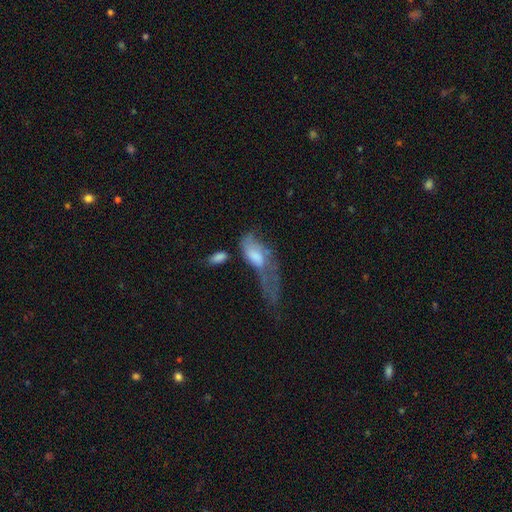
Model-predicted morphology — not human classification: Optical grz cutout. It shows a smooth galaxy with no disk features (55%) that is in between round and cigar-shaped (80%). Merging: major disturbance (58%).